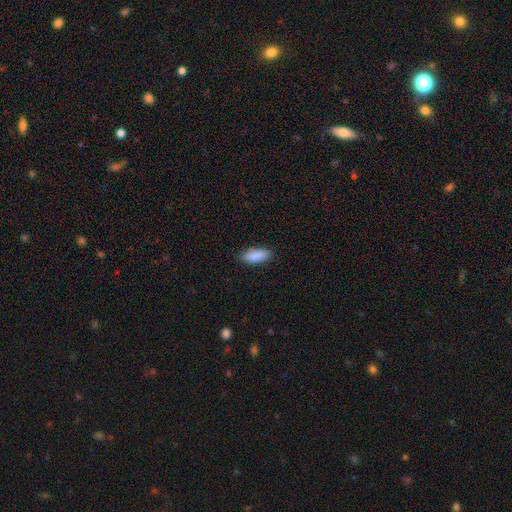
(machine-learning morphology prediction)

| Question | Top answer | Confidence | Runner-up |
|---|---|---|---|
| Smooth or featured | smooth | 88% | star or artifact (6%) |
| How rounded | in between | 73% | cigar-shaped (25%) |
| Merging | none | 84% | minor disturbance (13%) |